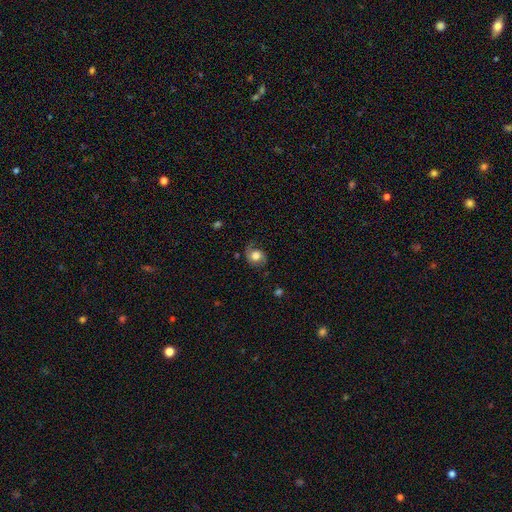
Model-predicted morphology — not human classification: smooth-or-featured: smooth: 56% | featured or disk: 34% | star or artifact: 10%
  how-rounded: round: 69% | in between: 30% | cigar-shaped: 1%
  merging: none: 63% | minor disturbance: 24% | major disturbance: 12% | merger: 1%